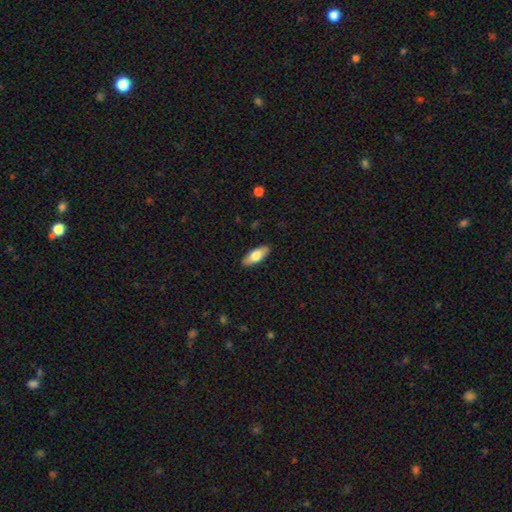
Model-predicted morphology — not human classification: Smooth or featured? smooth (71%)
How rounded? in between (72%)
Merging? none (89%)